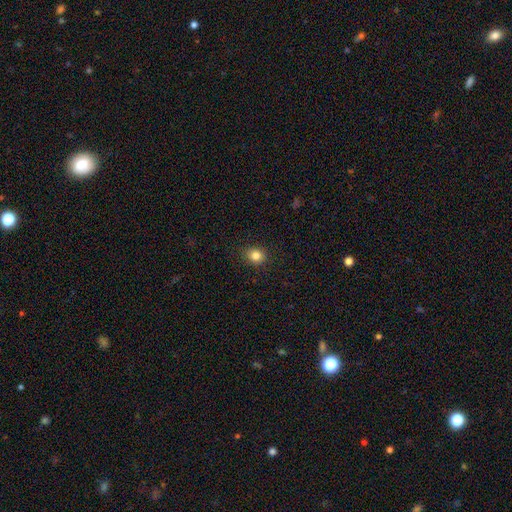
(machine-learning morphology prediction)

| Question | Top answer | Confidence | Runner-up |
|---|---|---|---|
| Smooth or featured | smooth | 83% | star or artifact (12%) |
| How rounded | round | 75% | in between (24%) |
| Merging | none | 89% | minor disturbance (8%) |